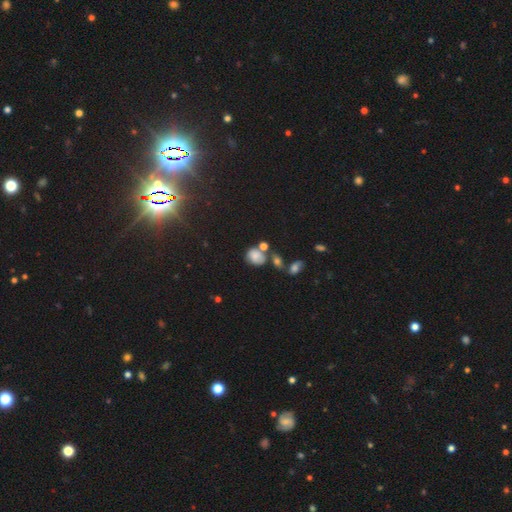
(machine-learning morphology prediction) type=smooth (70%); roundness=round (55%); merging=none (44%).